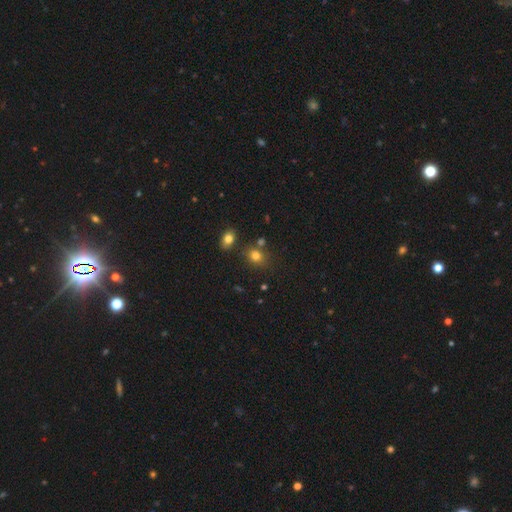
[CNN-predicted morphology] smooth-or-featured: smooth: 78% | star or artifact: 14% | featured or disk: 8%
  how-rounded: round: 59% | in between: 40% | cigar-shaped: 1%
  merging: none: 72% | minor disturbance: 13% | merger: 12% | major disturbance: 4%